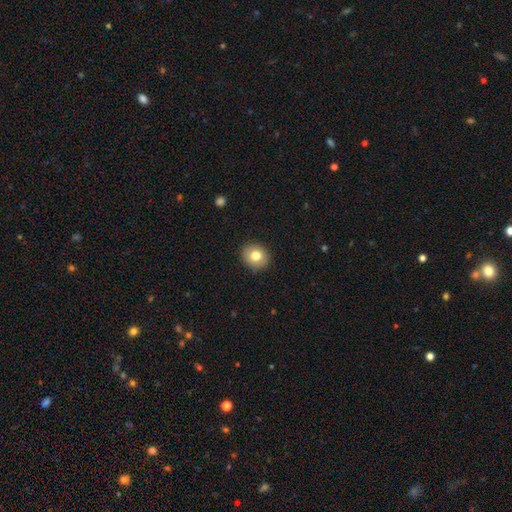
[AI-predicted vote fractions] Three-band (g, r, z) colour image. It shows a smooth galaxy with no disk features (79%) that is round (77%). Merging: none (90%).